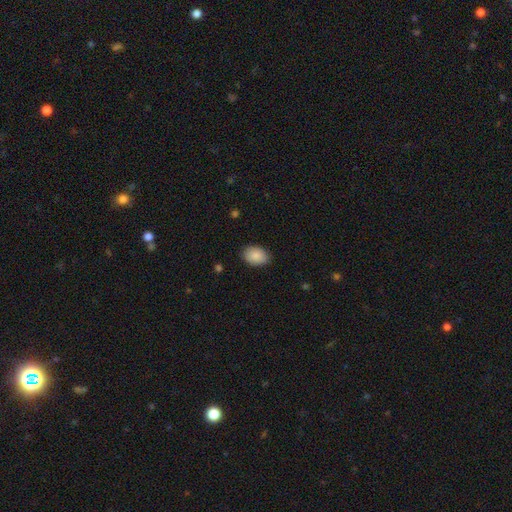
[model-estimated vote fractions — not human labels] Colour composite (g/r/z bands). It shows a smooth galaxy with no disk features (87%) that is in between round and cigar-shaped (81%). Merging: none (86%).